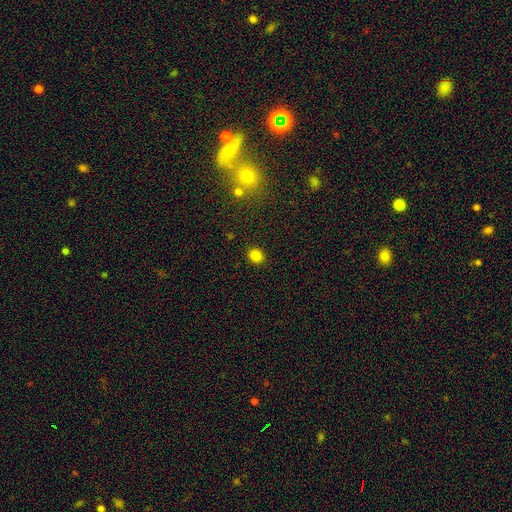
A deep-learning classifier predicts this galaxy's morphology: smooth_or_featured: smooth (p=0.83) [alt: star or artifact p=0.12]
how_rounded: round (p=0.74) [alt: in between p=0.25]
merging: none (p=0.90) [alt: minor disturbance p=0.06]